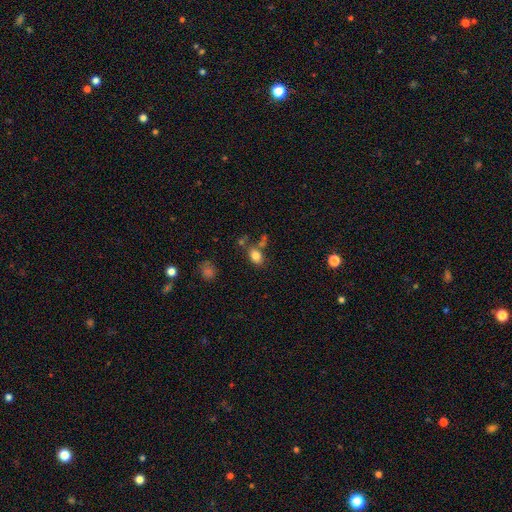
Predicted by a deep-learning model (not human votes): Q: Smooth or featured?
A: smooth (81%); runner-up: star or artifact (10%)
Q: How rounded?
A: in between (81%); runner-up: round (18%)
Q: Merging?
A: none (62%); runner-up: minor disturbance (16%)